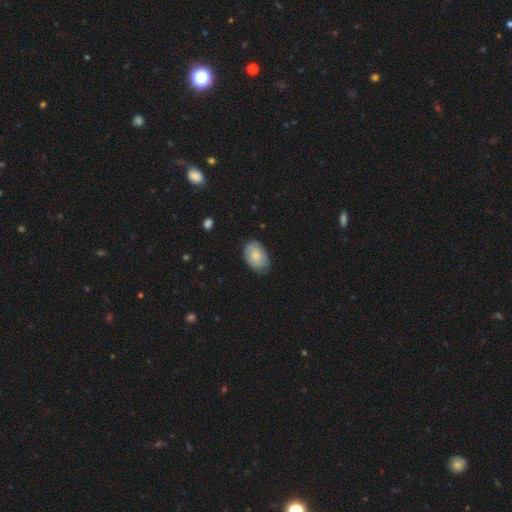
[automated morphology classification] Smooth or featured: smooth — 75% (featured or disk — 18%)
How rounded: in between — 87% (round — 12%)
Merging: none — 72% (minor disturbance — 23%)